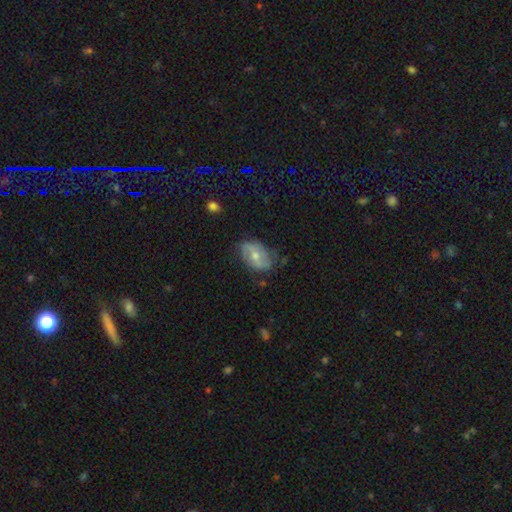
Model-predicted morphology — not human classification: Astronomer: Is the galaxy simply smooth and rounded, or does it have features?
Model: featured or disk — 54% (runner-up: smooth, 39%).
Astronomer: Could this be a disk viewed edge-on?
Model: no — 95%.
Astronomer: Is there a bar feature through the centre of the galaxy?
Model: no — 48% (runner-up: weak, 38%).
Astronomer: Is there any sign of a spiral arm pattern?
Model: yes — 69%.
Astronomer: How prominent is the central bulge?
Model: moderate — 57% (runner-up: small, 39%).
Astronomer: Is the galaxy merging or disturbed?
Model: none — 66%.